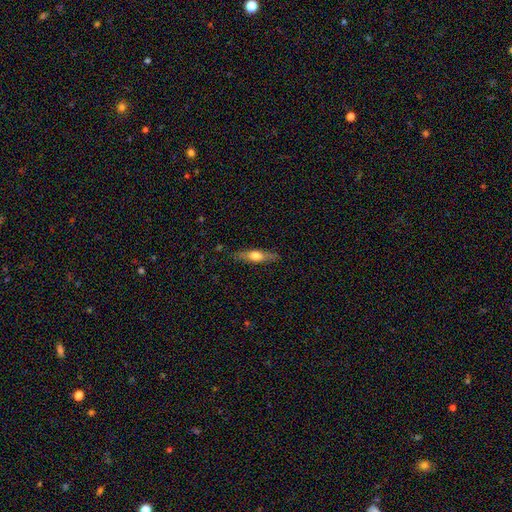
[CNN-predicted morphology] Smooth or featured?
  - featured or disk: 51% *
  - smooth: 43%
  - star or artifact: 6%
Edge-on disk?
  - yes: 92% *
  - no: 8%
Merging?
  - none: 85% *
  - minor disturbance: 11%
  - major disturbance: 3%
  - merger: 1%